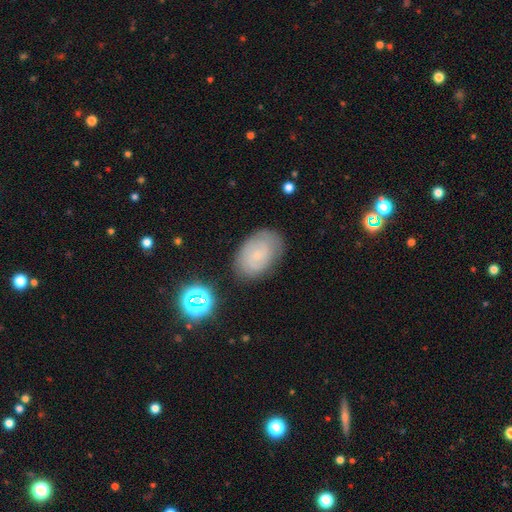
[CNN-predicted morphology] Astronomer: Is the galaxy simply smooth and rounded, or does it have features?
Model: featured or disk — 45% (runner-up: smooth, 44%).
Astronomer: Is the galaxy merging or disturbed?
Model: none — 77%.